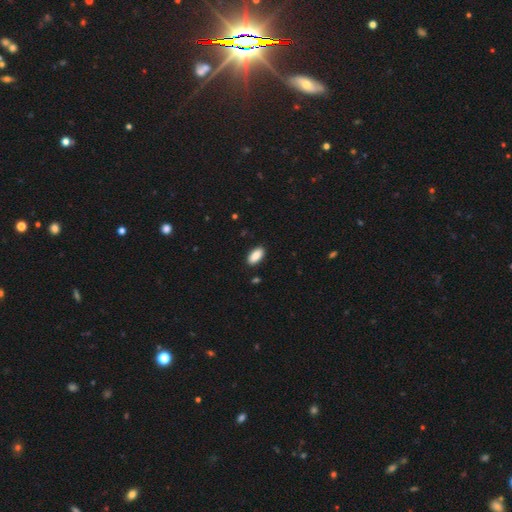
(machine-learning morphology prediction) smooth 90%, star or artifact 7%, featured or disk 3%. Down the decision tree: how rounded — in between (93%); merging — none (89%).